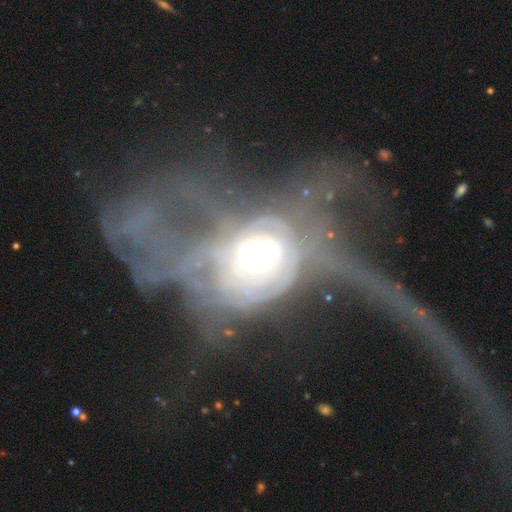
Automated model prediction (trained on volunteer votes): This is likely a featured or disk galaxy (69%). It is clearly not viewed edge-on (93%). Bar: clearly no (83%). Spiral arm pattern: likely no (61%). Central bulge: possibly moderate (54%). Merging: likely major disturbance (74%).